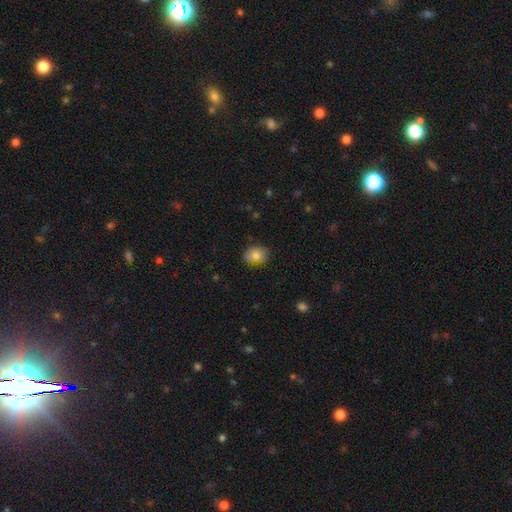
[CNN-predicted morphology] Smooth or featured: smooth — 81% (featured or disk — 10%)
How rounded: in between — 58% (round — 41%)
Merging: none — 78% (minor disturbance — 17%)